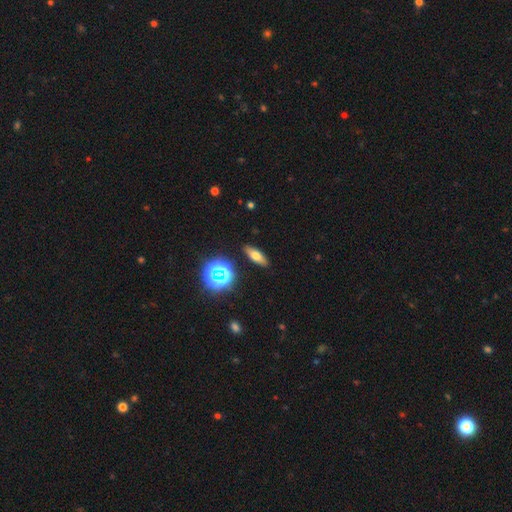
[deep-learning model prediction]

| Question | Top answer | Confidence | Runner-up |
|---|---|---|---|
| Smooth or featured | smooth | 61% | featured or disk (22%) |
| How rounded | in between | 60% | cigar-shaped (32%) |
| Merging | none | 89% | minor disturbance (7%) |